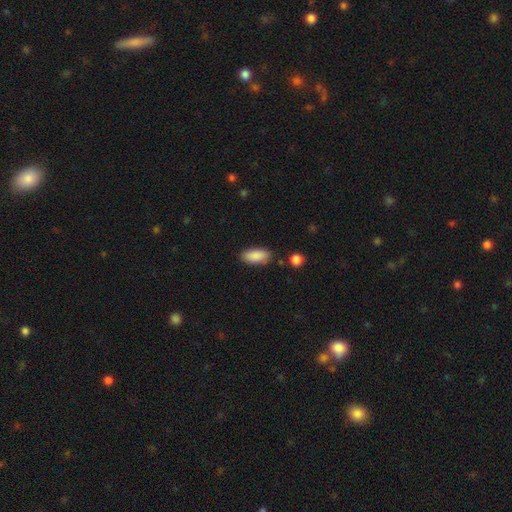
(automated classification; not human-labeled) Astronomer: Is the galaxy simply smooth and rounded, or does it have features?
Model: smooth — 88%.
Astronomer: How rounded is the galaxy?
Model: in between — 87%.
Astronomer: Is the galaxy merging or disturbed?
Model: none — 82%.